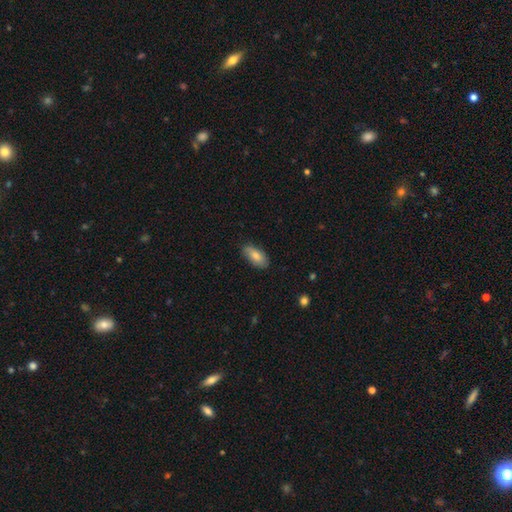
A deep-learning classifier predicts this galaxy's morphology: smooth-or-featured: smooth: 78% | featured or disk: 16% | star or artifact: 6%
  how-rounded: in between: 90% | cigar-shaped: 7% | round: 3%
  merging: none: 80% | minor disturbance: 17% | major disturbance: 3% | merger: 1%